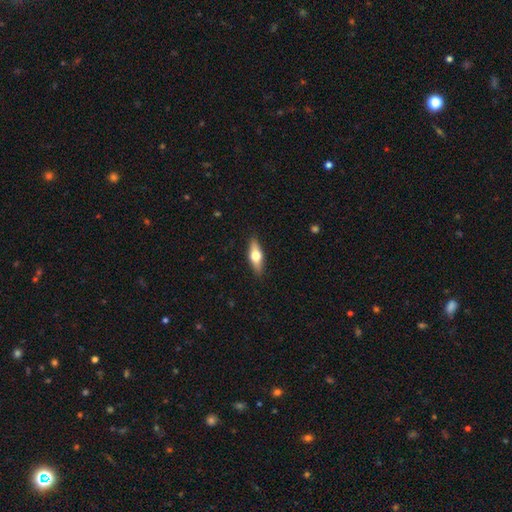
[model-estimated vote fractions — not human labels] Overall: smooth (48%; featured or disk 46%). Merging: none (89%).